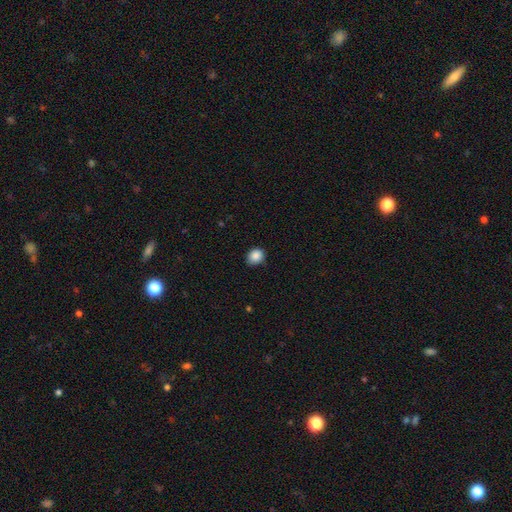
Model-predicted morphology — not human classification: Overall: smooth (87%). How rounded: round (65%; in between 34%). Merging: none (78%).